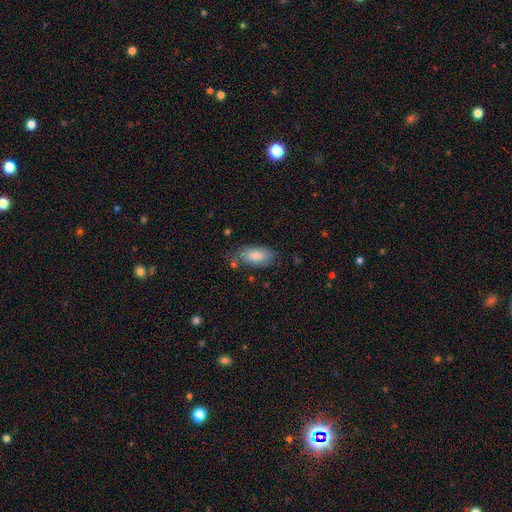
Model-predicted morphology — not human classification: smooth-or-featured: smooth: 83% | featured or disk: 11% | star or artifact: 6%
  how-rounded: in between: 92% | cigar-shaped: 5% | round: 3%
  merging: none: 66% | minor disturbance: 23% | major disturbance: 6% | merger: 5%